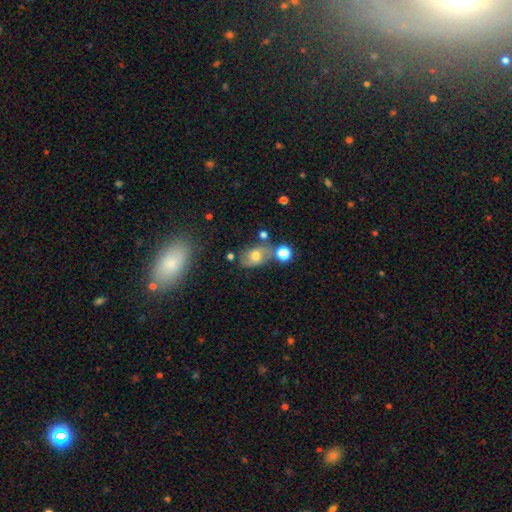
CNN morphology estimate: type=smooth (58%); roundness=in between (77%); merging=none (55%).